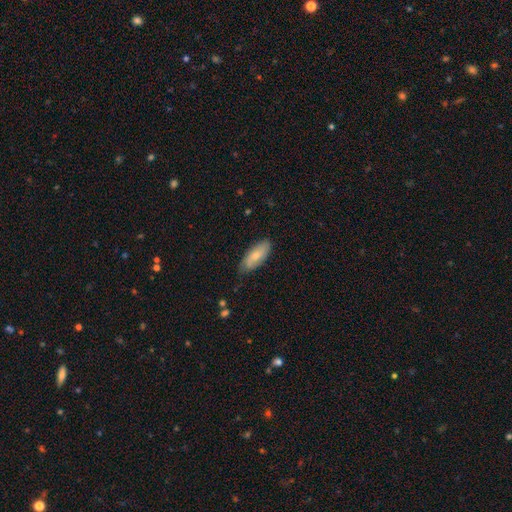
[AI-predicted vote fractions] Smooth or featured?
  - smooth: 69% *
  - featured or disk: 26%
  - star or artifact: 6%
How rounded?
  - in between: 84% *
  - cigar-shaped: 14%
  - round: 2%
Merging?
  - none: 71% *
  - minor disturbance: 24%
  - major disturbance: 4%
  - merger: 1%